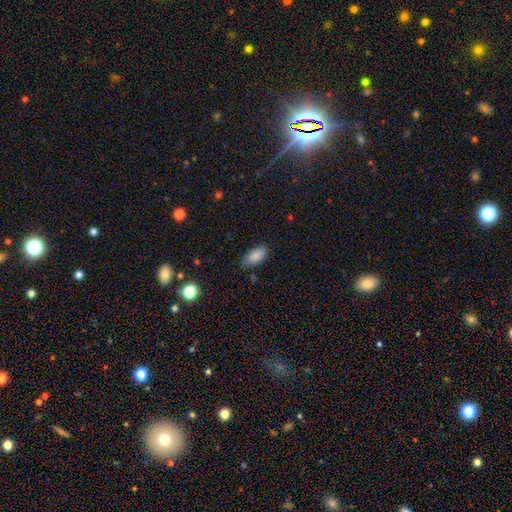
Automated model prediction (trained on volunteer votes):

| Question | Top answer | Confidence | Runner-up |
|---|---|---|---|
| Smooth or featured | smooth | 87% | star or artifact (8%) |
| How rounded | in between | 90% | cigar-shaped (8%) |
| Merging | none | 78% | minor disturbance (17%) |